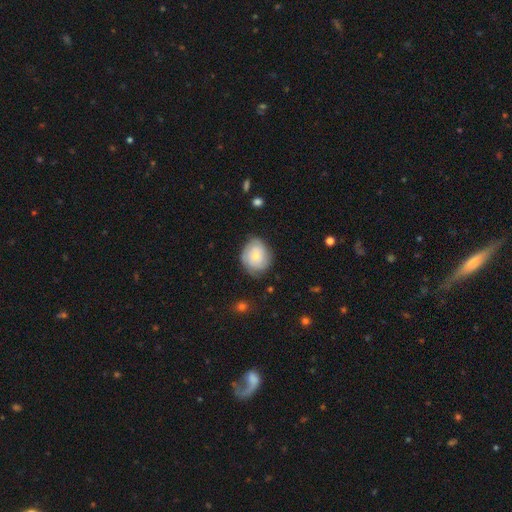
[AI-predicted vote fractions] Smooth or featured: smooth — 50% (featured or disk — 43%)
Merging: none — 68% (minor disturbance — 24%)